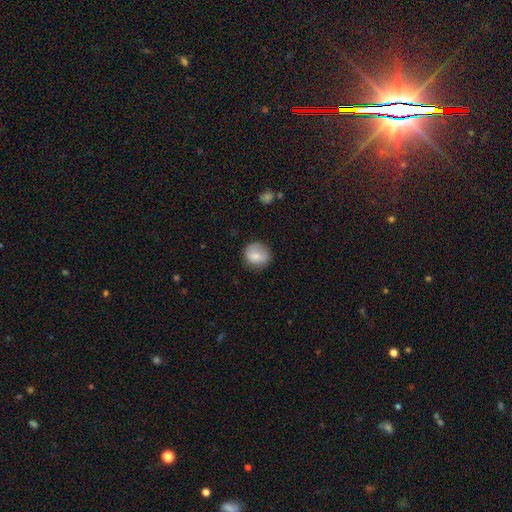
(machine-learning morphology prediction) The model was most divided on "smooth or featured": smooth: 76%, featured or disk: 16%, star or artifact: 8%. More confident: how rounded — round (82%); merging — none (78%).